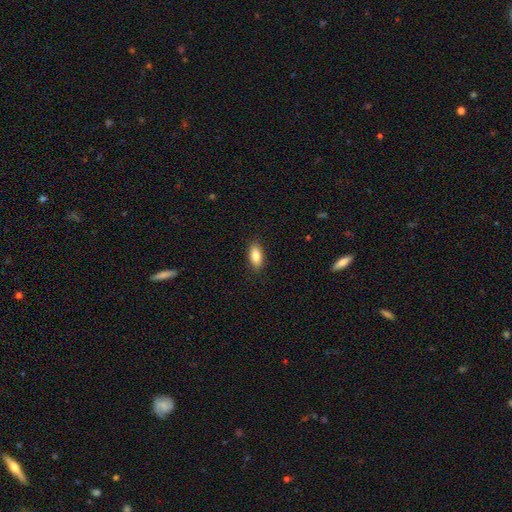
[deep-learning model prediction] Smooth or featured?
  - smooth: 85% *
  - featured or disk: 8%
  - star or artifact: 7%
How rounded?
  - in between: 87% *
  - cigar-shaped: 10%
  - round: 3%
Merging?
  - none: 88% *
  - minor disturbance: 9%
  - major disturbance: 2%
  - merger: 1%